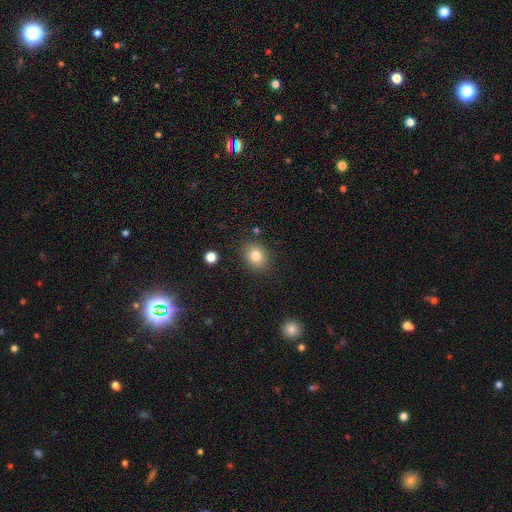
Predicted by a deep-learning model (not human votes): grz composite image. It shows a smooth galaxy with no disk features (80%) that is round (58%). Merging: none (86%).